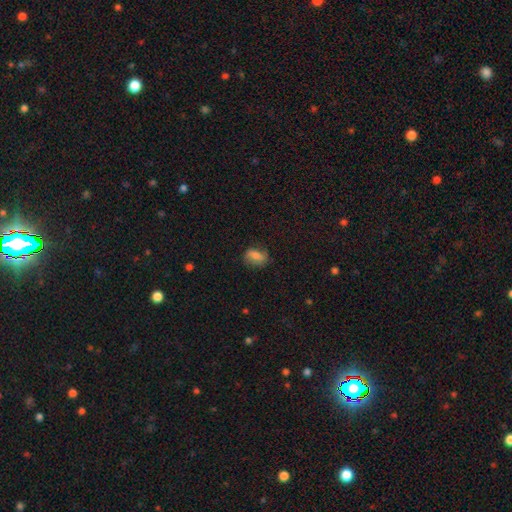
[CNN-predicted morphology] Smooth or featured? smooth (71%)
How rounded? in between (77%)
Merging? none (71%)